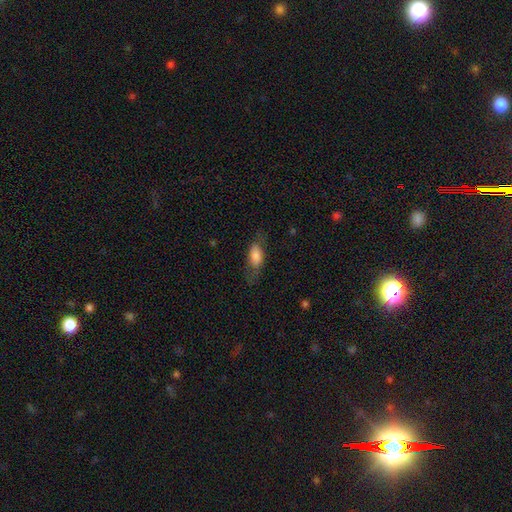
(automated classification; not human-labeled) smooth_or_featured: smooth (p=0.71) [alt: featured or disk p=0.21]
how_rounded: in between (p=0.77) [alt: cigar-shaped p=0.19]
merging: none (p=0.61) [alt: minor disturbance p=0.23]